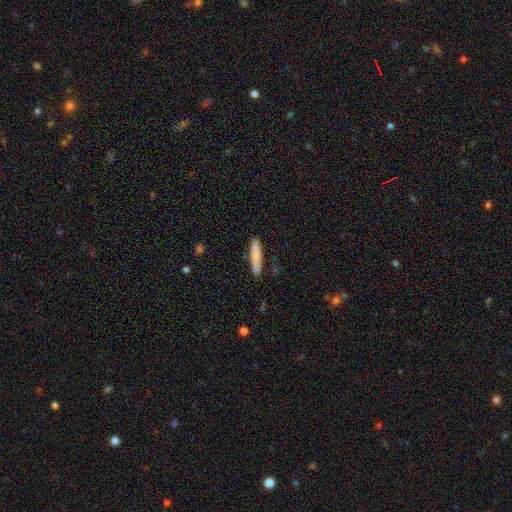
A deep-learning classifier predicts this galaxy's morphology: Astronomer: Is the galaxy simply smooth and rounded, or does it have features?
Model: smooth — 80%.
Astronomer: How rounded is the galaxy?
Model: cigar-shaped — 86%.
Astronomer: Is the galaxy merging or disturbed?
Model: none — 88%.